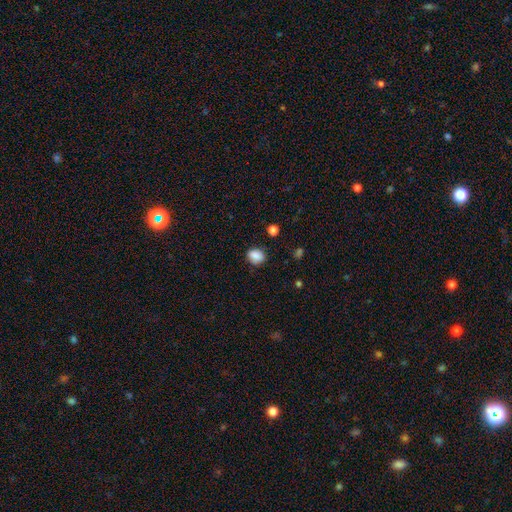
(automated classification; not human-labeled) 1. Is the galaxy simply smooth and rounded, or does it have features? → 86% smooth, 9% star or artifact, 5% featured or disk.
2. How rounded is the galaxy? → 58% round, 41% in between, 1% cigar-shaped.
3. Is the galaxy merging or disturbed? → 80% none, 14% minor disturbance, 3% major disturbance, 2% merger.